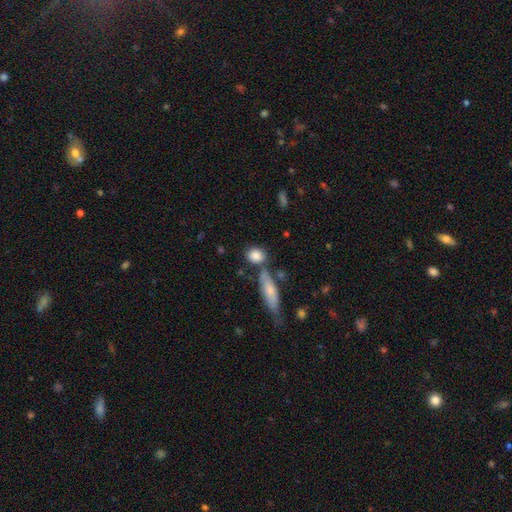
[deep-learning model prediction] smooth 84%, featured or disk 9%, star or artifact 7%. Down the decision tree: how rounded — in between (47%); merging — none (62%).